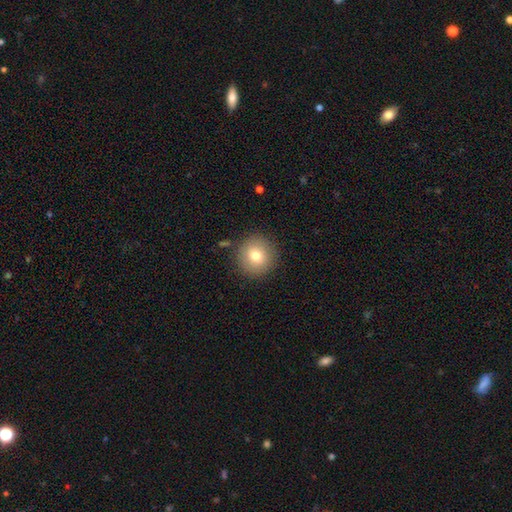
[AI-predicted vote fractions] Q: Smooth or featured?
A: smooth (77%); runner-up: featured or disk (12%)
Q: How rounded?
A: round (94%); runner-up: in between (5%)
Q: Merging?
A: none (87%); runner-up: minor disturbance (8%)